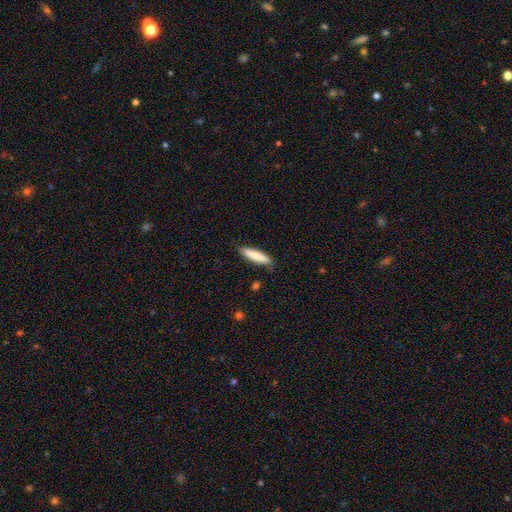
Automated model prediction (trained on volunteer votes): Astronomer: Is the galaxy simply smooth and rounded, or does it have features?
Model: smooth — 81%.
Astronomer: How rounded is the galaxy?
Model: cigar-shaped — 79%.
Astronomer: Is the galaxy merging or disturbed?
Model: none — 83%.